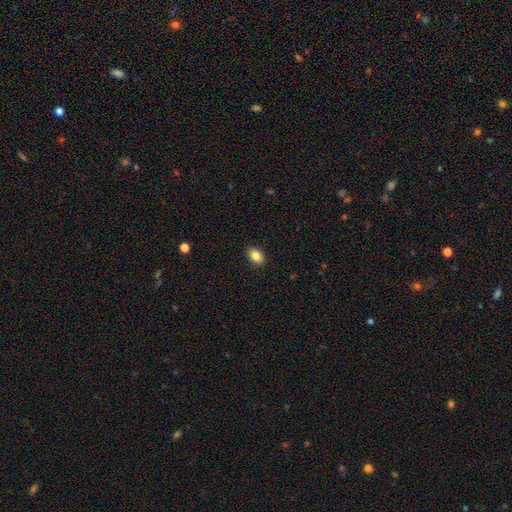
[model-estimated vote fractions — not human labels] Overall: smooth (86%). How rounded: in between (84%). Merging: none (90%).